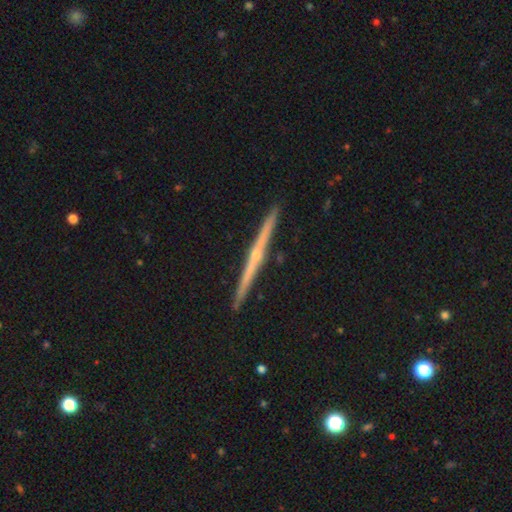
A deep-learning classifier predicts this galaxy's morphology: Overall: featured or disk (81%). Edge-on disk: yes (98%). Edge-on bulge: rounded (68%). Merging: none (93%).